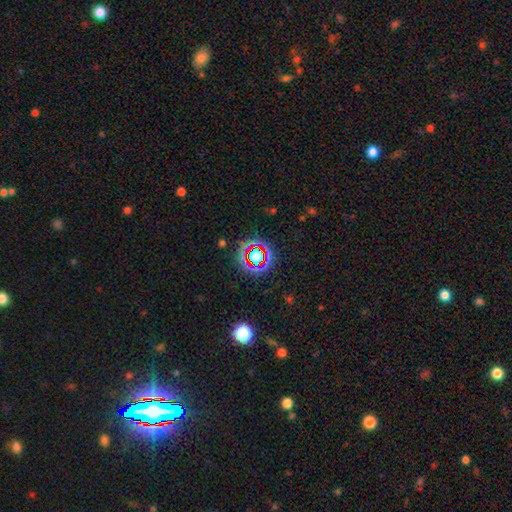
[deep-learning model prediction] Smooth or featured? star or artifact (67%)